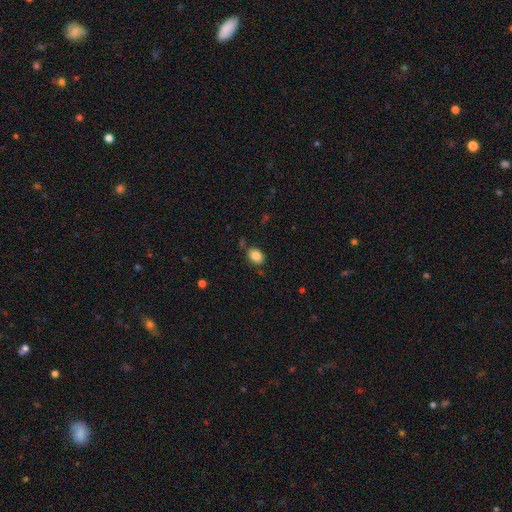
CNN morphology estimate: The model was most divided on "how rounded": in between: 68%, round: 31%, cigar-shaped: 1%. More confident: smooth or featured — smooth (86%); merging — none (77%).